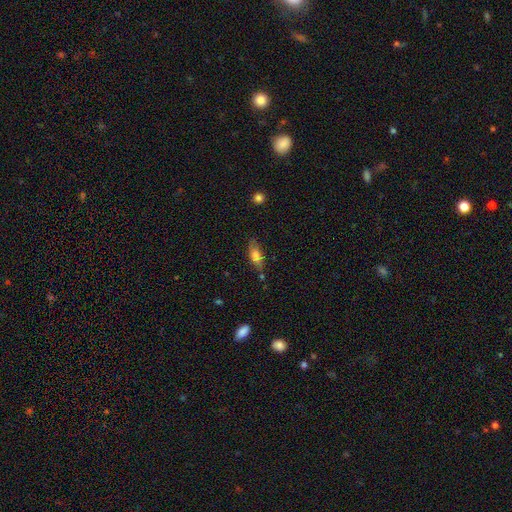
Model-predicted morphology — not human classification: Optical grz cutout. It shows a smooth galaxy with no disk features (68%) that is in between round and cigar-shaped (66%). Merging: none (70%).